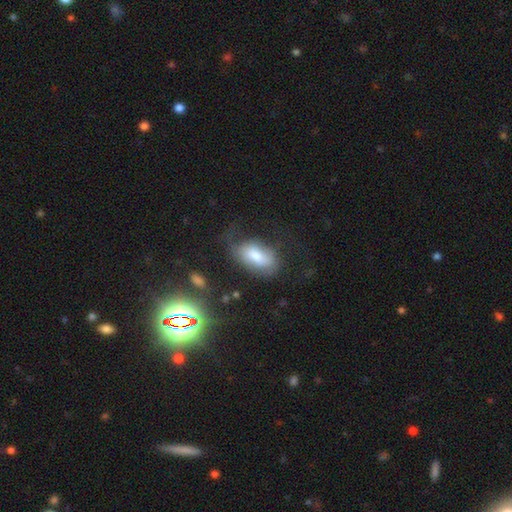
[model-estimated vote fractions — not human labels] A smooth galaxy with no disk features (52%) that is in between round and cigar-shaped (89%). Merging: none (50%).